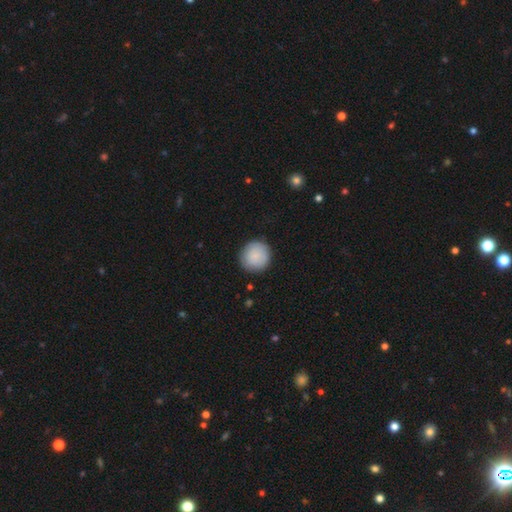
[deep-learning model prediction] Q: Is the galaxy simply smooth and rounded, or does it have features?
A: smooth — 85%.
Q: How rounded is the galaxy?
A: round — 94%.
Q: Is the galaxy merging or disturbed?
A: none — 87%.